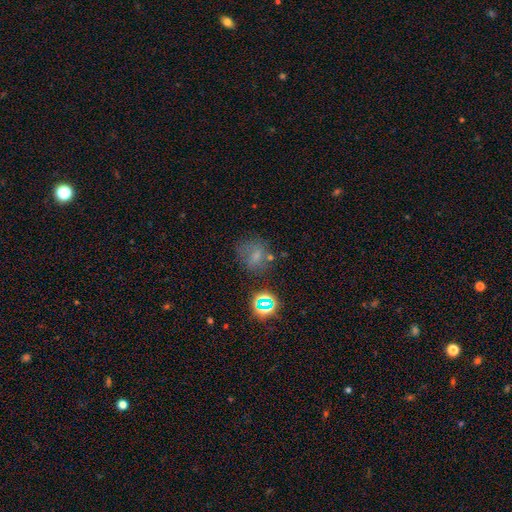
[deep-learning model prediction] Smooth or featured?
  - smooth: 55% *
  - star or artifact: 27%
  - featured or disk: 19%
How rounded?
  - round: 67% *
  - in between: 32%
  - cigar-shaped: 2%
Merging?
  - none: 59% *
  - minor disturbance: 21%
  - major disturbance: 13%
  - merger: 8%